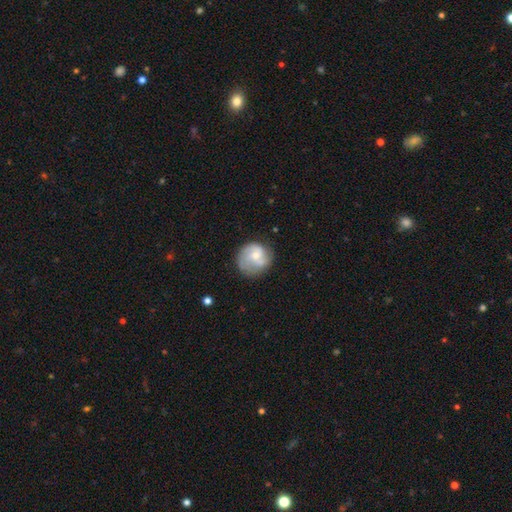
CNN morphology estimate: This appears to be a featured or disk galaxy (60%) with no bar (62%), 2 (48%) medium (44%) spiral arms (86%) and a small central bulge (48%). Merging: none (68%).